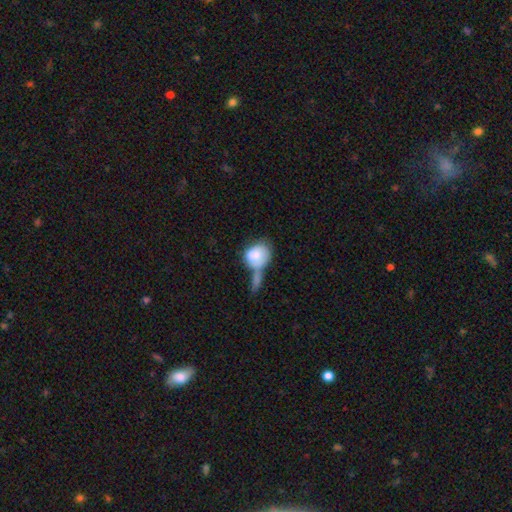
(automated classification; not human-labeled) smooth-or-featured: smooth: 76% | featured or disk: 18% | star or artifact: 6%
  how-rounded: round: 53% | in between: 45% | cigar-shaped: 2%
  merging: merger: 48% | none: 19% | major disturbance: 18% | minor disturbance: 15%